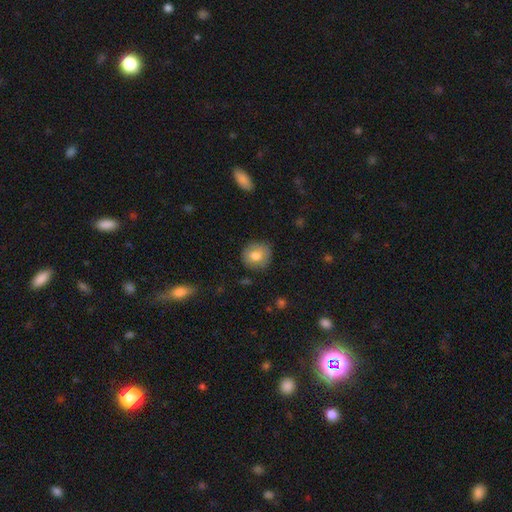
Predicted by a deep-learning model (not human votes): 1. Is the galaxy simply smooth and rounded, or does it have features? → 77% smooth, 15% featured or disk, 8% star or artifact.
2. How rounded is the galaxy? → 86% round, 13% in between, 1% cigar-shaped.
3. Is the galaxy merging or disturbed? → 77% none, 18% minor disturbance, 4% major disturbance, 1% merger.